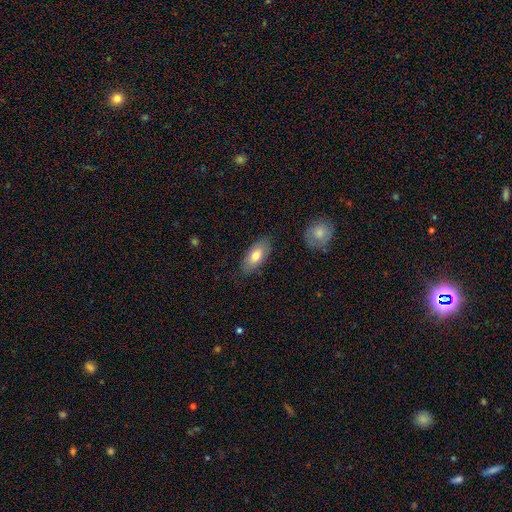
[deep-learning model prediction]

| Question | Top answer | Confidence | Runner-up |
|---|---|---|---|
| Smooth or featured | smooth | 74% | featured or disk (20%) |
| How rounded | in between | 88% | cigar-shaped (9%) |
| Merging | none | 83% | minor disturbance (13%) |